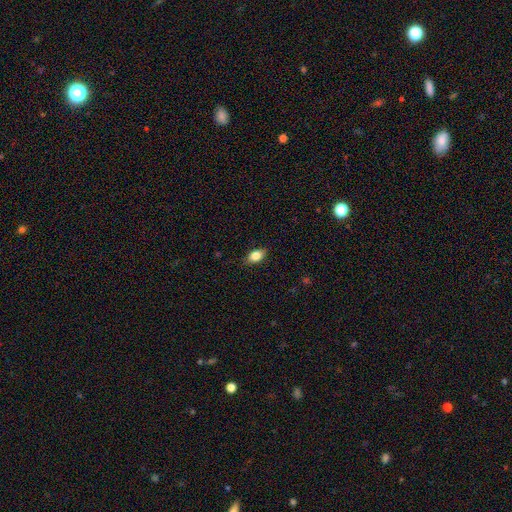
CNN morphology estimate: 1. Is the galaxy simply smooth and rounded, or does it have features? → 81% smooth, 10% featured or disk, 8% star or artifact.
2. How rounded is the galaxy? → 84% in between, 12% round, 4% cigar-shaped.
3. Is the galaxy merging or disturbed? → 82% none, 15% minor disturbance, 3% major disturbance, 1% merger.